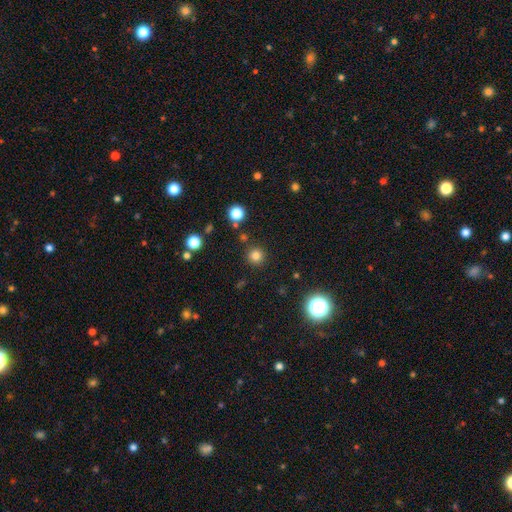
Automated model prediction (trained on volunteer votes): Morphology: type=smooth (79%); roundness=round (95%); merging=none (90%).